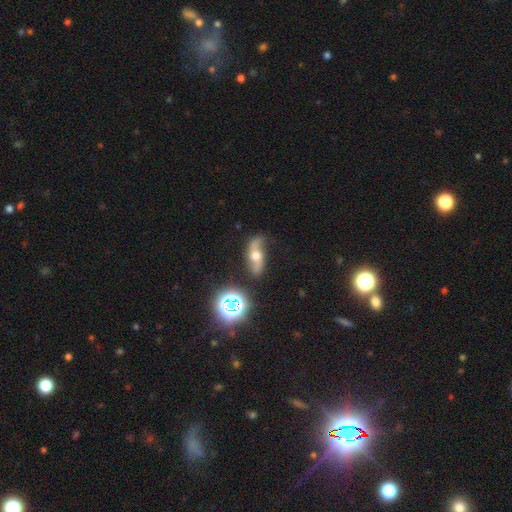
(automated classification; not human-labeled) The model was most divided on "bar": no: 64%, weak: 25%, strong: 11%. More confident: spiral arms — yes (90%); spiral arm count — 2 (90%); edge-on disk — no (86%); spiral winding — loose (85%); smooth or featured — featured or disk (71%); merging — none (67%); bulge size — moderate (65%).